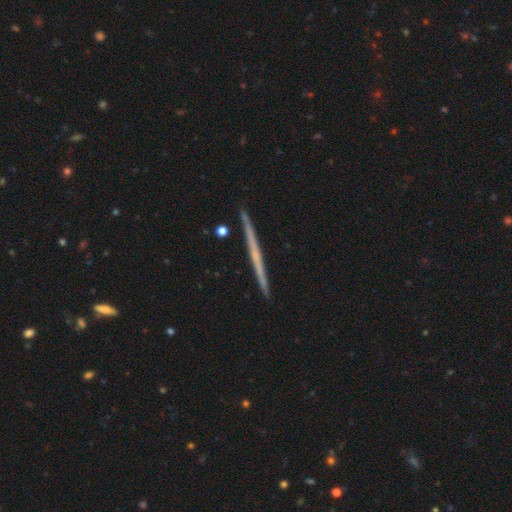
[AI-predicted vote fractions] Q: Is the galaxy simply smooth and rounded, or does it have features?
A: featured or disk — 62%.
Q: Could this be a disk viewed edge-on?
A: yes — 98%.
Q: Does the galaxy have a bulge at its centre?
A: none — 85%.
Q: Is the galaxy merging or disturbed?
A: none — 91%.